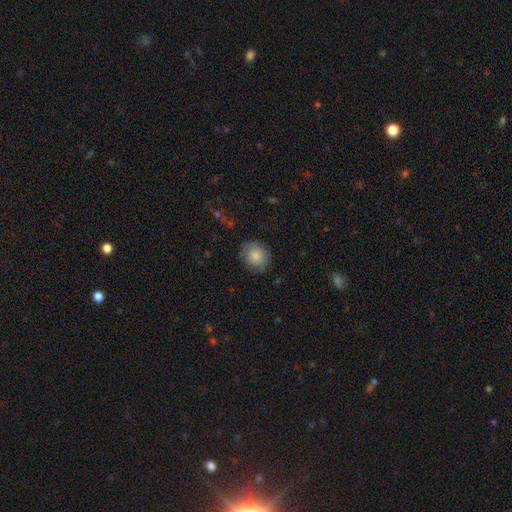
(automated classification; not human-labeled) Smooth or featured? Predicted: smooth (p=0.85). How rounded? Predicted: round (p=0.80). Merging? Predicted: none (p=0.83).